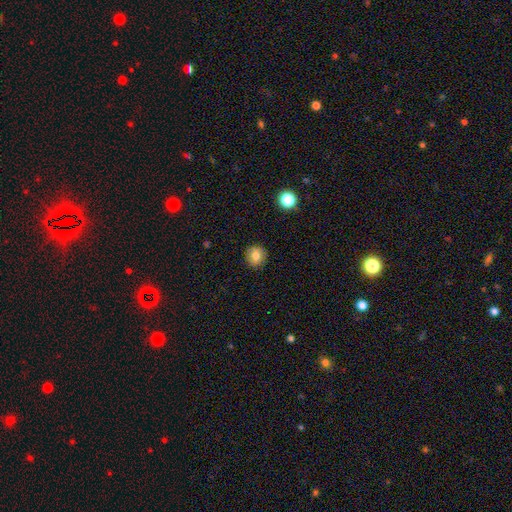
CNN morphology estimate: A smooth galaxy with no disk features (81%) that is round (88%). Merging: none (90%).